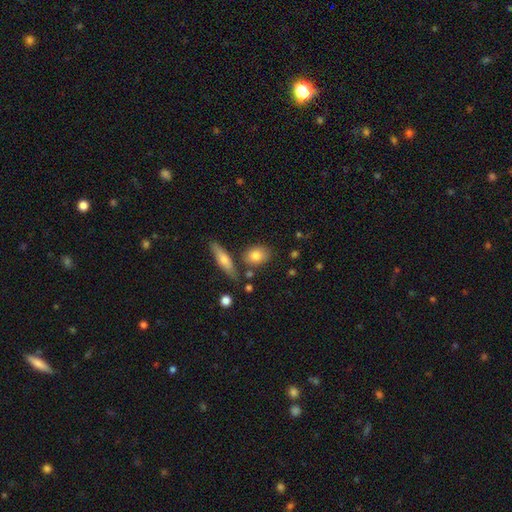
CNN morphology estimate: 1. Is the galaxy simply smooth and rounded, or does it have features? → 80% smooth, 12% featured or disk, 7% star or artifact.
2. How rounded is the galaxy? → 60% in between, 35% round, 5% cigar-shaped.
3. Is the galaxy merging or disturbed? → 73% none, 13% minor disturbance, 10% merger, 4% major disturbance.